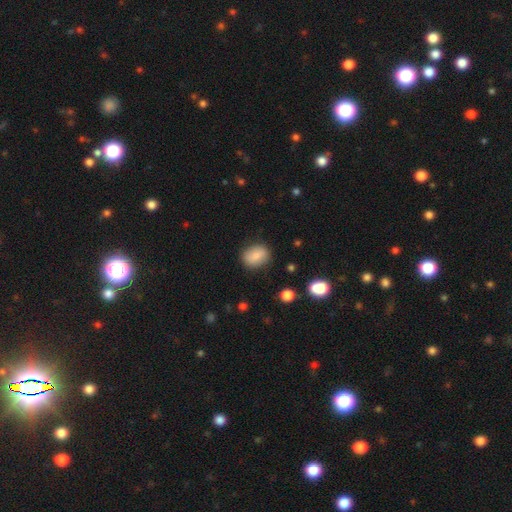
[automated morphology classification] Smooth or featured: smooth — 83% (featured or disk — 9%)
How rounded: in between — 59% (round — 39%)
Merging: none — 82% (minor disturbance — 13%)